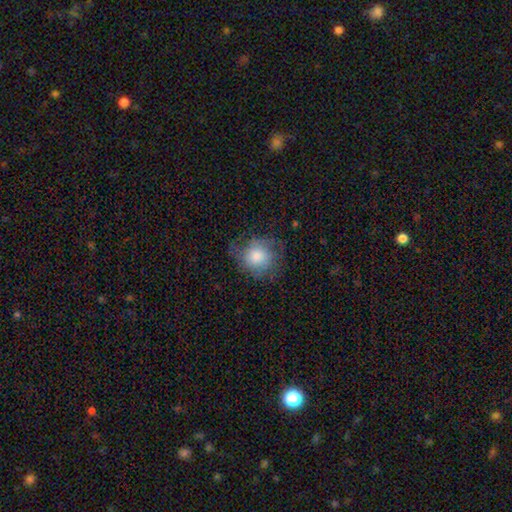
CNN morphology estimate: smooth-or-featured: smooth: 68% | featured or disk: 23% | star or artifact: 9%
  how-rounded: round: 82% | in between: 17% | cigar-shaped: 1%
  merging: none: 63% | minor disturbance: 23% | major disturbance: 12% | merger: 1%